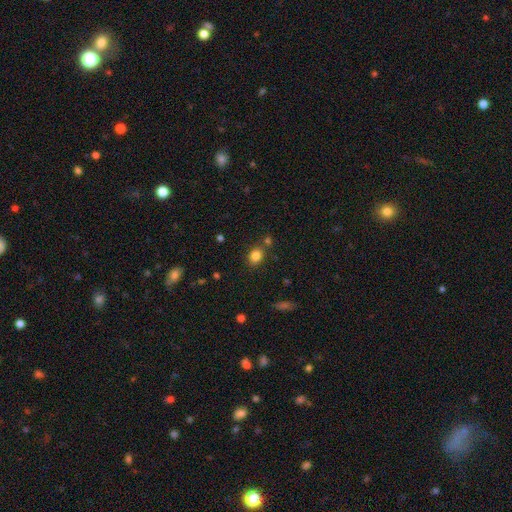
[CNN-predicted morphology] Smooth or featured? smooth (82%)
How rounded? in between (50%)
Merging? none (74%)